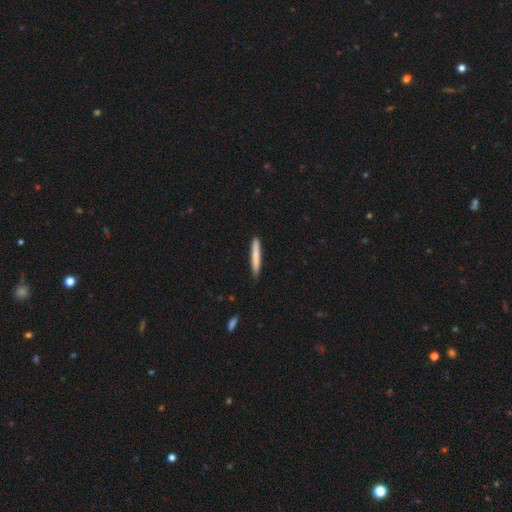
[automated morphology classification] Smooth or featured: smooth — 78% (featured or disk — 17%)
How rounded: cigar-shaped — 95% (in between — 4%)
Merging: none — 88% (minor disturbance — 9%)